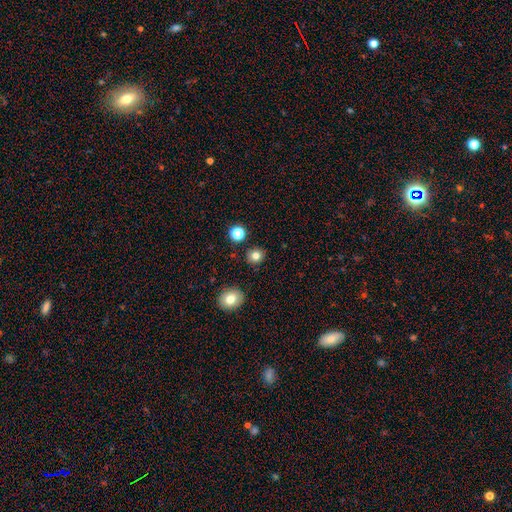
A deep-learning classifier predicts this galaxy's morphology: smooth 80%, star or artifact 13%, featured or disk 7%. Down the decision tree: how rounded — round (85%); merging — none (89%).